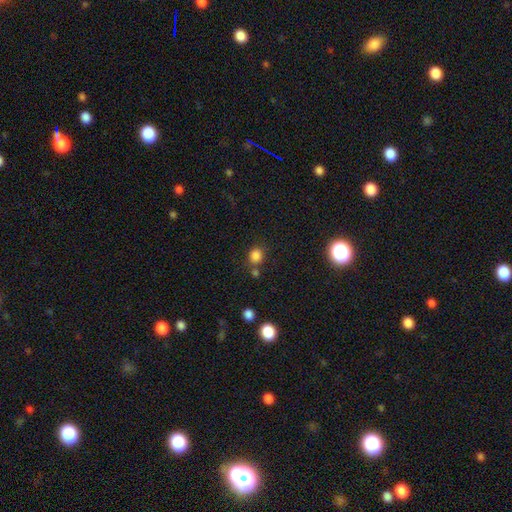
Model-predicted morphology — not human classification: Smooth or featured: smooth — 82% (star or artifact — 14%)
How rounded: round — 78% (in between — 21%)
Merging: none — 70% (merger — 13%)